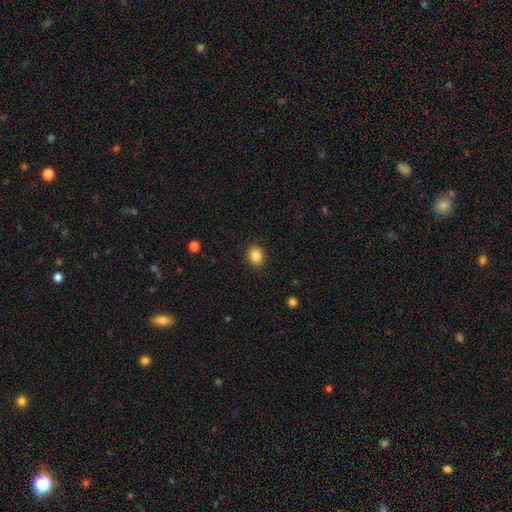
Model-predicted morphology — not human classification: A smooth galaxy with no disk features (86%) that is round (62%). Merging: none (90%).